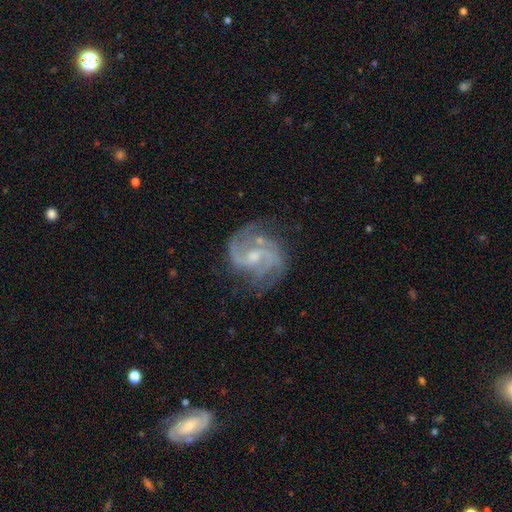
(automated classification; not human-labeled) featured or disk 89%, star or artifact 6%, smooth 5%. Down the decision tree: edge-on disk — no (98%); bar — weak (52%); spiral arms — yes (97%); spiral arm count — 2 (69%); spiral winding — medium (55%); bulge size — small (50%); merging — none (70%).